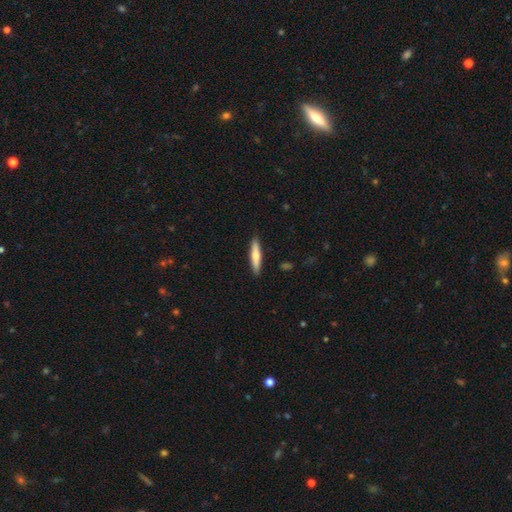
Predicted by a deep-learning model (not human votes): A smooth galaxy with no disk features (61%) that is cigar-shaped (86%). Merging: none (90%).